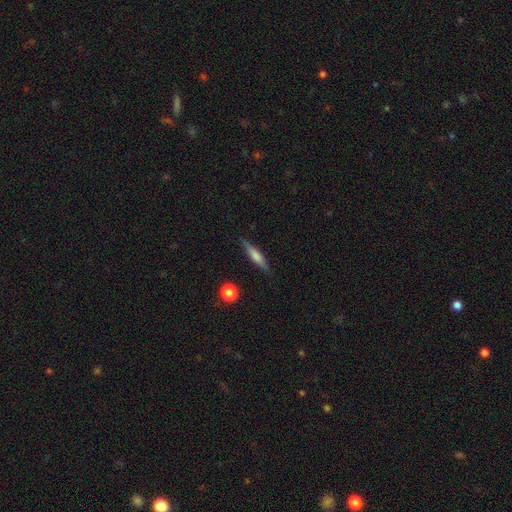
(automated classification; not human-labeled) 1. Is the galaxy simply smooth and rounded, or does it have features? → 47% featured or disk, 46% smooth, 7% star or artifact.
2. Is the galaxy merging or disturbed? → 86% none, 10% minor disturbance, 2% major disturbance, 2% merger.